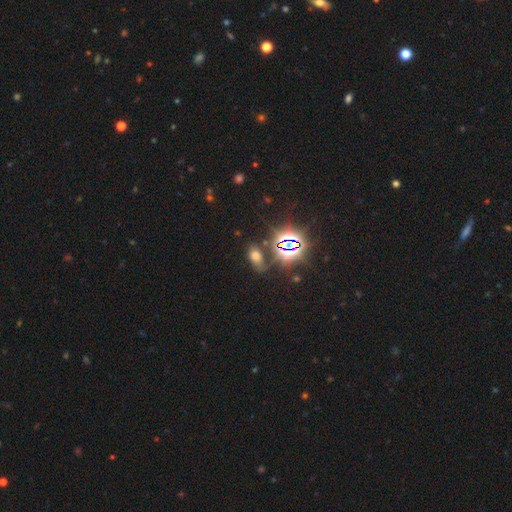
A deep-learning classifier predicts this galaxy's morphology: smooth_or_featured: smooth (p=0.51) [alt: star or artifact p=0.39]
how_rounded: in between (p=0.86) [alt: round p=0.11]
merging: none (p=0.67) [alt: minor disturbance p=0.17]